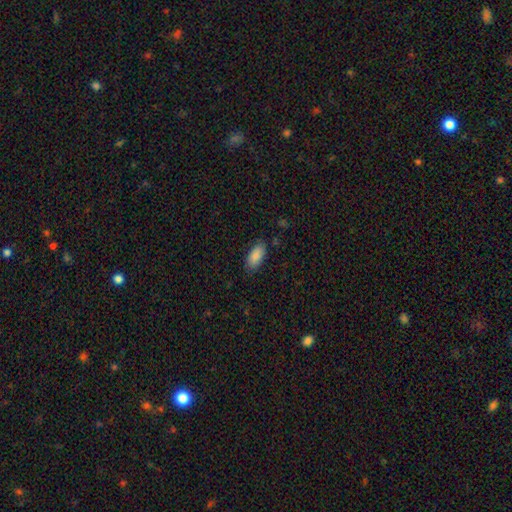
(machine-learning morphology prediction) Smooth or featured: smooth — 88% (star or artifact — 6%)
How rounded: in between — 91% (cigar-shaped — 7%)
Merging: none — 82% (minor disturbance — 14%)